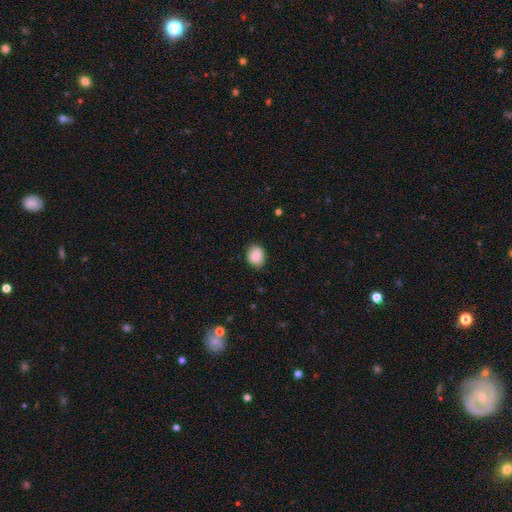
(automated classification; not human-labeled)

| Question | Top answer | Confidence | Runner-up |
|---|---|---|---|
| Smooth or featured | smooth | 82% | featured or disk (10%) |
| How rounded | round | 54% | in between (45%) |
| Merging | none | 85% | minor disturbance (11%) |